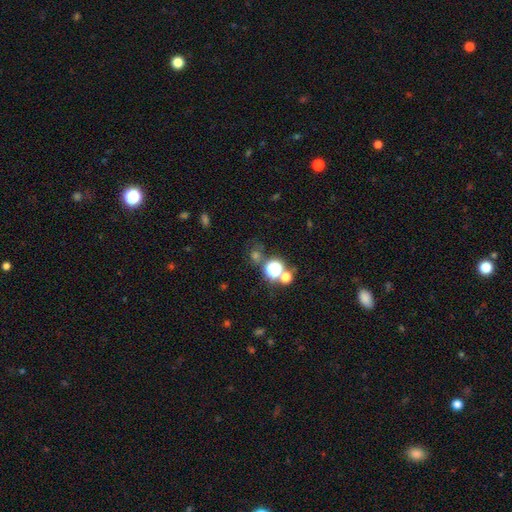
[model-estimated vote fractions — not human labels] star or artifact 50%, smooth 41%, featured or disk 9%.